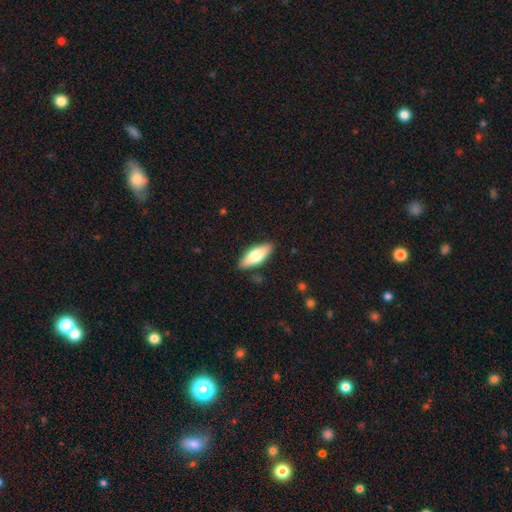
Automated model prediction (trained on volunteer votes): Morphology: type=smooth (64%); roundness=in between (66%); merging=none (87%).